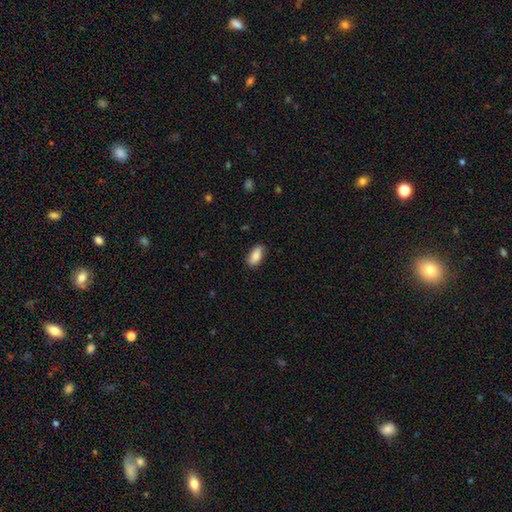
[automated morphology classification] A smooth galaxy with no disk features (84%) that is in between round and cigar-shaped (87%). Merging: none (79%).